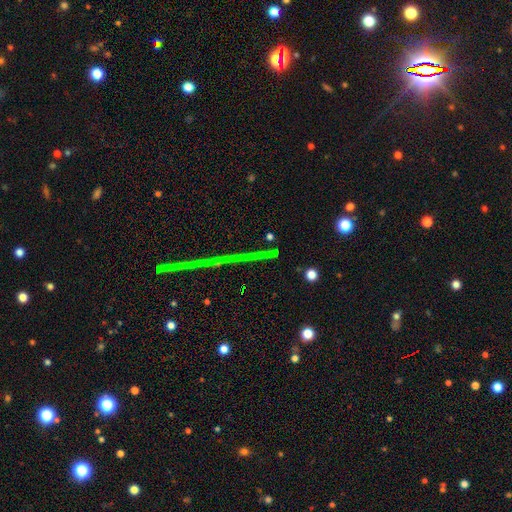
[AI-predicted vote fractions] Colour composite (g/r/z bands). It shows a star or artifact, not a galaxy (56%).